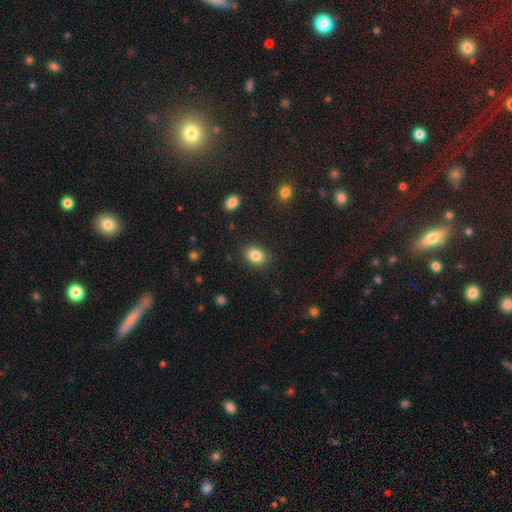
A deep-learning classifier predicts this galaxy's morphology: Q: Smooth or featured?
A: smooth (85%); runner-up: star or artifact (9%)
Q: How rounded?
A: in between (64%); runner-up: round (35%)
Q: Merging?
A: none (86%); runner-up: minor disturbance (10%)